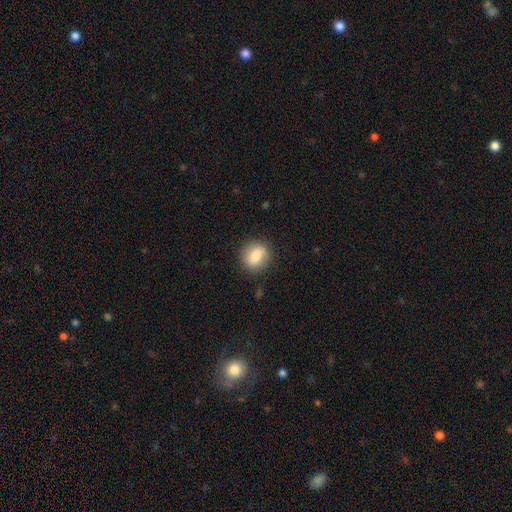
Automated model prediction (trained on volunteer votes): smooth-or-featured: smooth: 80% | featured or disk: 12% | star or artifact: 8%
  how-rounded: round: 70% | in between: 28% | cigar-shaped: 1%
  merging: none: 85% | minor disturbance: 11% | major disturbance: 3% | merger: 1%